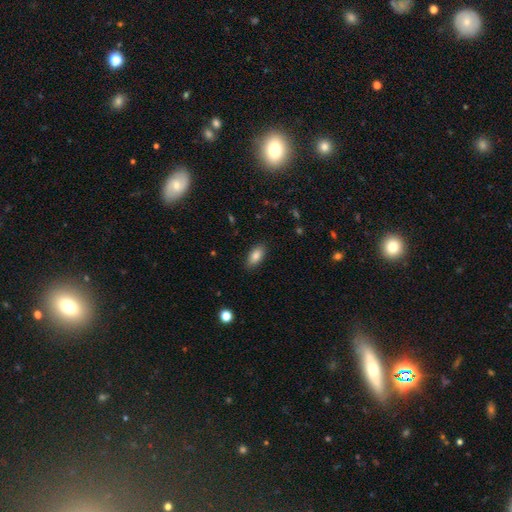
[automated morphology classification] Smooth or featured? smooth (84%)
How rounded? in between (90%)
Merging? none (86%)